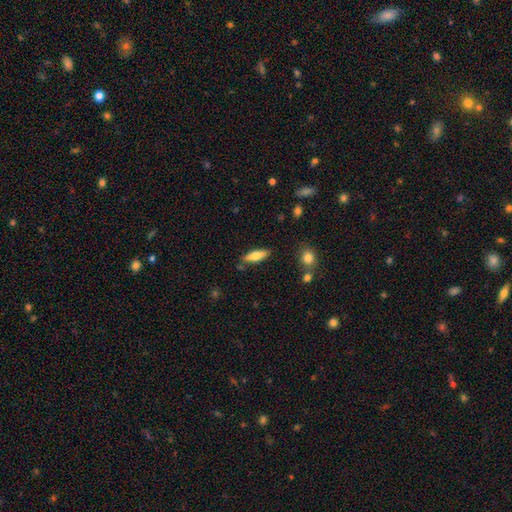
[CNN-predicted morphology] A smooth galaxy with no disk features (69%) that is in between round and cigar-shaped (60%). Merging: none (82%).